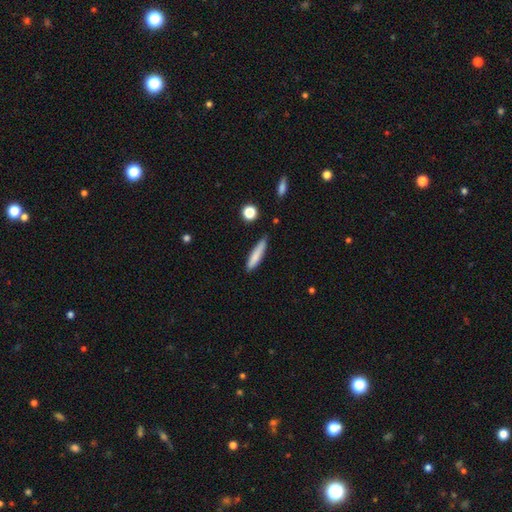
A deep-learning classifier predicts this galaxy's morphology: smooth 80%, featured or disk 13%, star or artifact 7%. Down the decision tree: how rounded — cigar-shaped (85%); merging — none (78%).